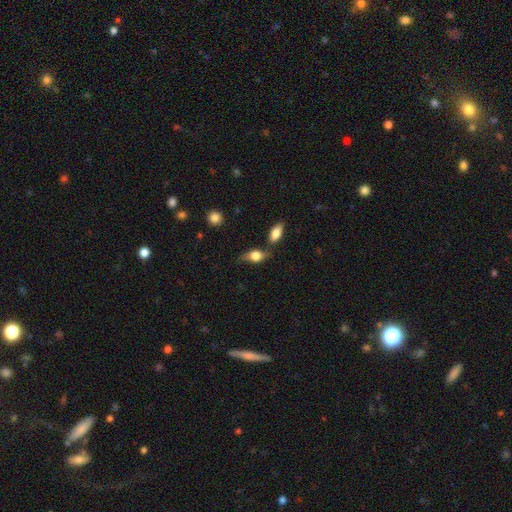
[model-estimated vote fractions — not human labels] This is likely a smooth galaxy (65%). How rounded: likely in between (75%). Merging: possibly none (52%).